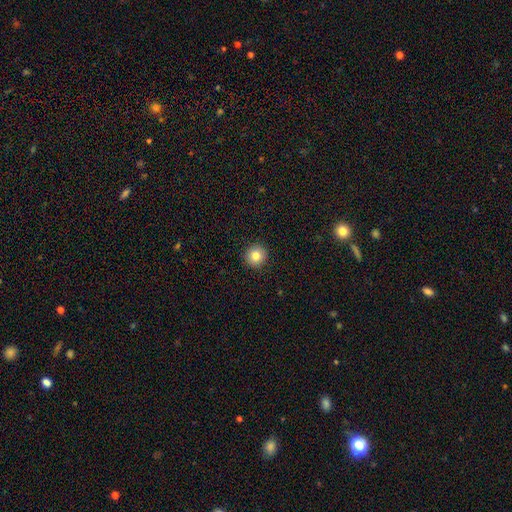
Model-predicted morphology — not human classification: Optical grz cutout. It shows a smooth galaxy with no disk features (83%) that is round (95%). Merging: none (93%).